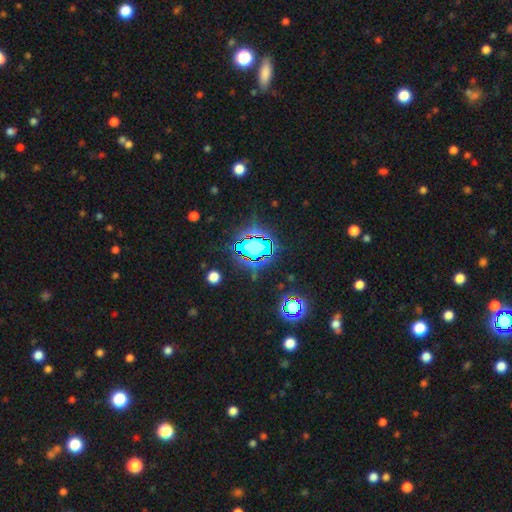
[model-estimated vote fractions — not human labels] smooth-or-featured: star or artifact: 81% | smooth: 11% | featured or disk: 8%